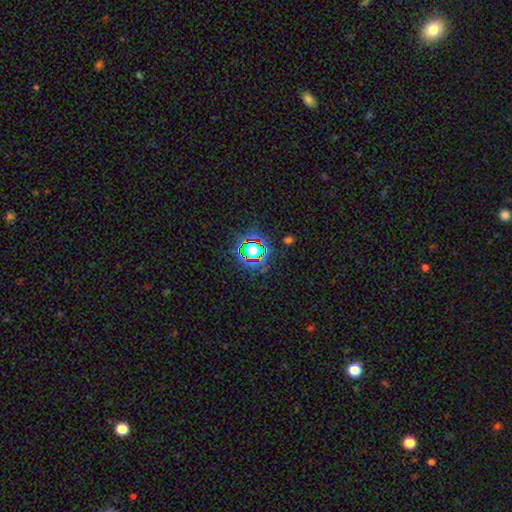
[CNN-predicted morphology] This is likely a star or artifact rather than a galaxy (62%).